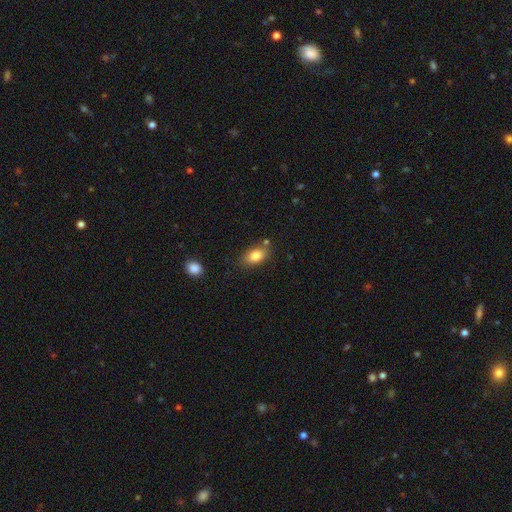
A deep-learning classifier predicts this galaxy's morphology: smooth-or-featured: smooth: 84% | featured or disk: 8% | star or artifact: 8%
  how-rounded: in between: 88% | round: 9% | cigar-shaped: 3%
  merging: none: 75% | minor disturbance: 15% | merger: 7% | major disturbance: 4%